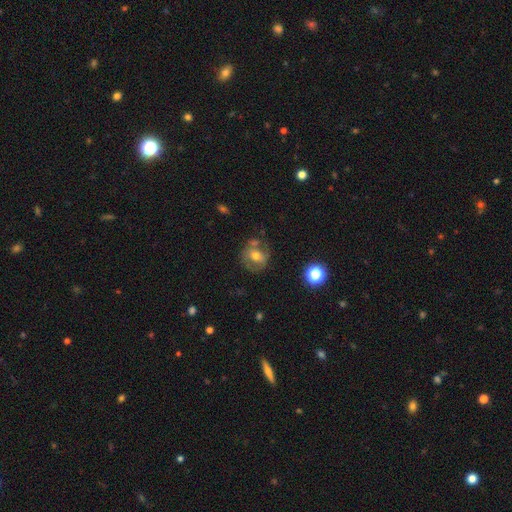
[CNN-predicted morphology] Smooth or featured? smooth (47%)
Merging? none (59%)